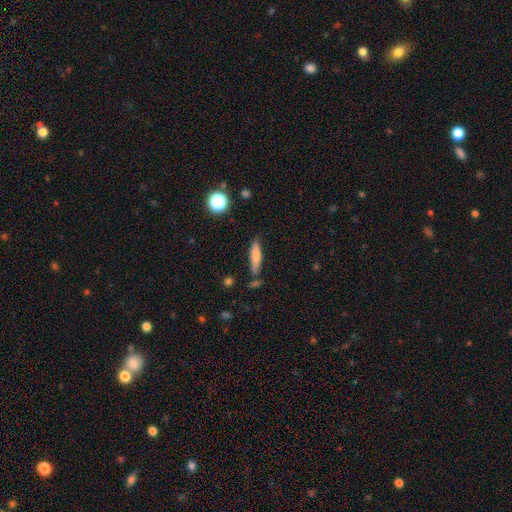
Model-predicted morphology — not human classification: Smooth or featured? smooth (78%)
How rounded? cigar-shaped (74%)
Merging? none (76%)